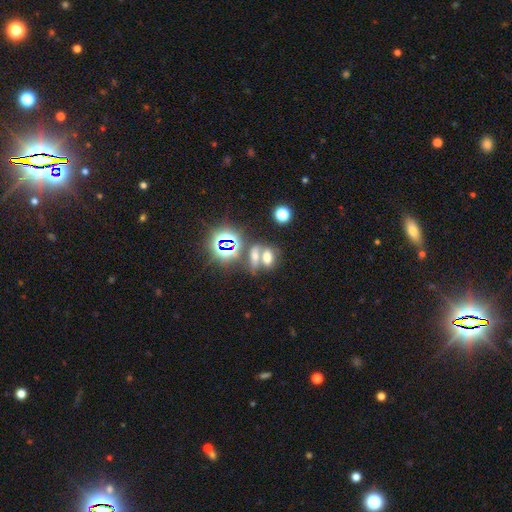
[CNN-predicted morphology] Smooth or featured: smooth — 41% (tied with star or artifact — 41%)
Merging: none — 45% (merger — 40%)